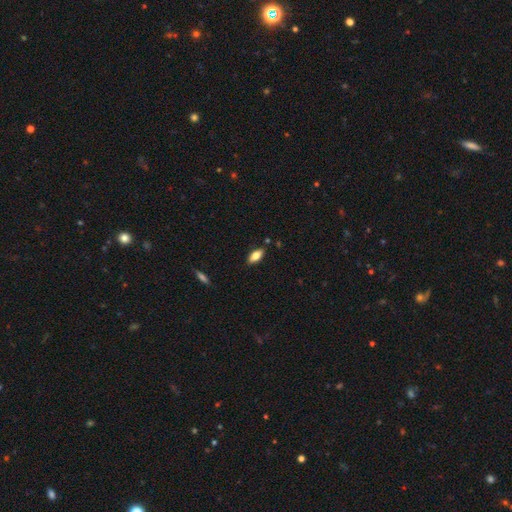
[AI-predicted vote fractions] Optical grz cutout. It shows a smooth galaxy with no disk features (72%) that is in between round and cigar-shaped (84%). Merging: none (84%).